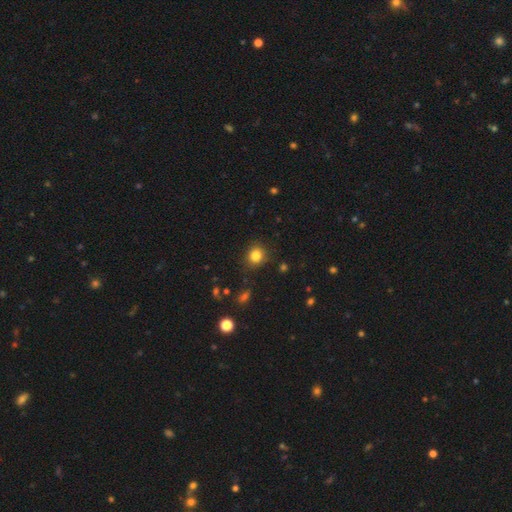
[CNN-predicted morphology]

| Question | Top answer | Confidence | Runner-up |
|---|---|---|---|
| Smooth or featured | smooth | 83% | star or artifact (12%) |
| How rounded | round | 80% | in between (19%) |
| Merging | none | 85% | minor disturbance (10%) |